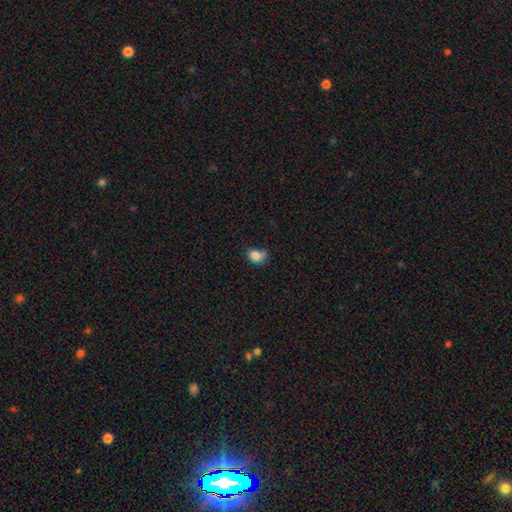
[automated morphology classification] smooth-or-featured: smooth: 82% | star or artifact: 10% | featured or disk: 8%
  how-rounded: in between: 58% | round: 40% | cigar-shaped: 1%
  merging: none: 41% | minor disturbance: 33% | major disturbance: 16% | merger: 10%